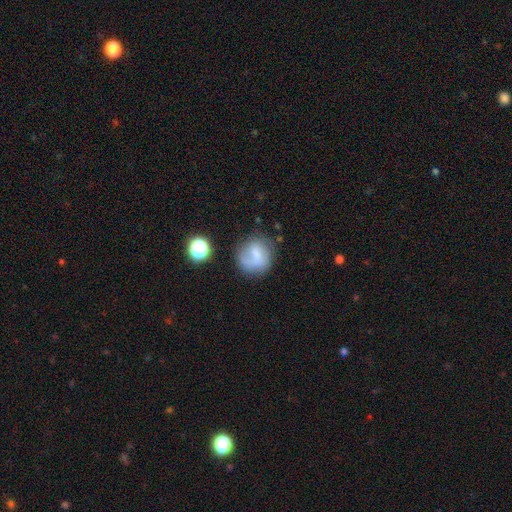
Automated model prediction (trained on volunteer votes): Q: Smooth or featured?
A: smooth (58%); runner-up: featured or disk (31%)
Q: How rounded?
A: round (79%); runner-up: in between (19%)
Q: Merging?
A: none (58%); runner-up: minor disturbance (22%)